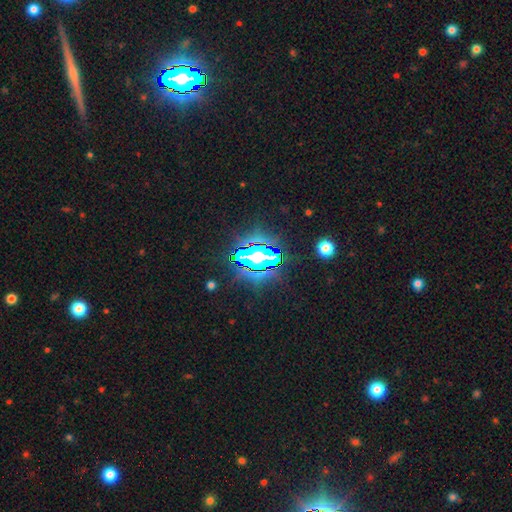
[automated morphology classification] A star or artifact, not a galaxy (78%).